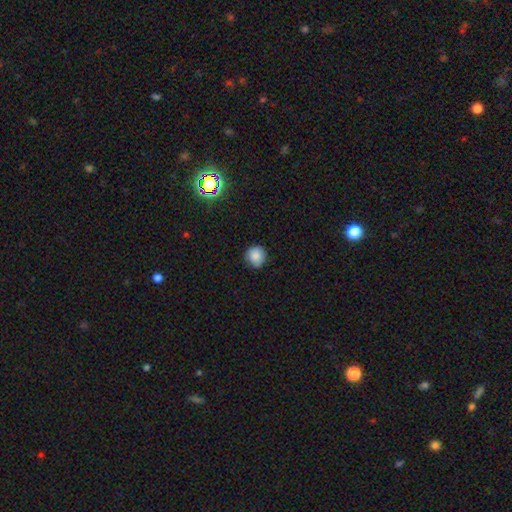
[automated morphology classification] smooth_or_featured: smooth (p=0.86) [alt: star or artifact p=0.10]
how_rounded: round (p=0.93) [alt: in between p=0.06]
merging: none (p=0.86) [alt: minor disturbance p=0.11]